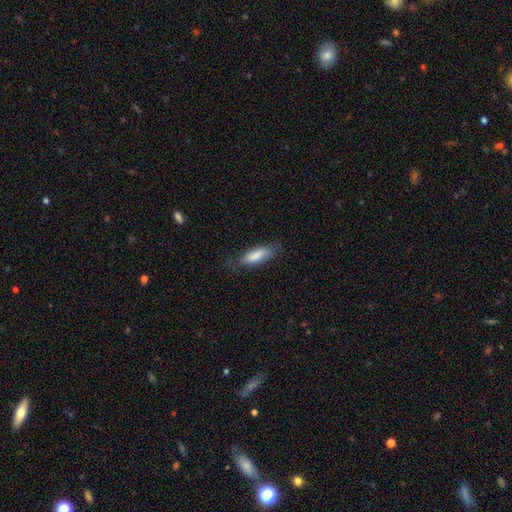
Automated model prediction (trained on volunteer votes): Smooth or featured? smooth (82%)
How rounded? in between (62%)
Merging? none (73%)